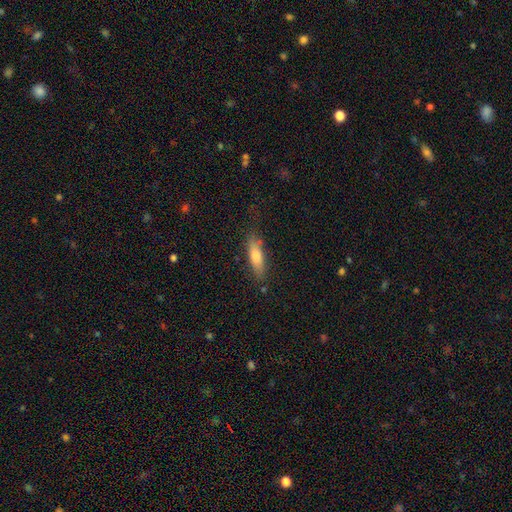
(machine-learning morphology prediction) This appears to be a smooth galaxy with no disk features (71%) that is cigar-shaped (60%). Merging: none (73%).